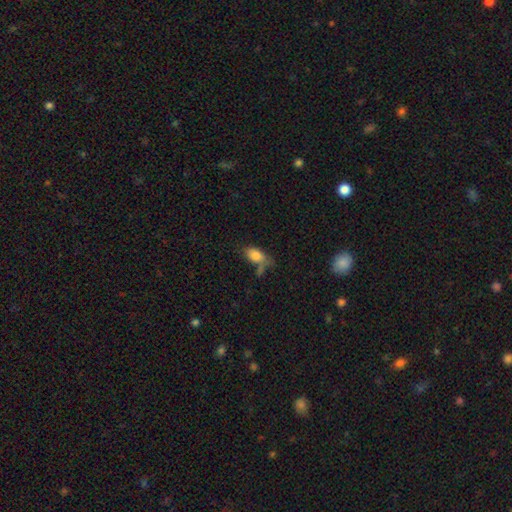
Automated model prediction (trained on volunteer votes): A smooth galaxy with no disk features (81%) that is in between round and cigar-shaped (90%). Merging: none (42%).